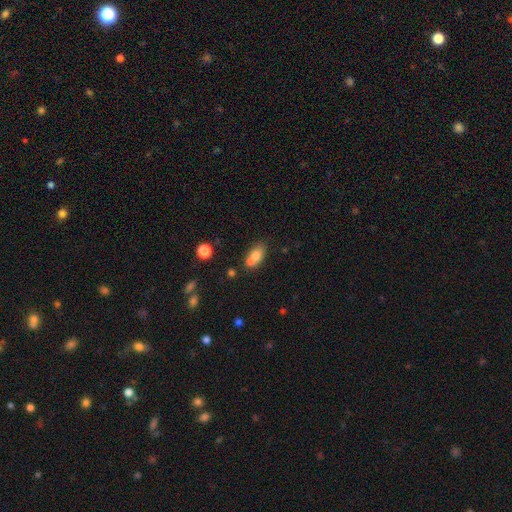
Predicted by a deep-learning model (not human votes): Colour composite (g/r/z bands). It shows a smooth galaxy with no disk features (72%) that is in between round and cigar-shaped (76%). Merging: merger (46%).